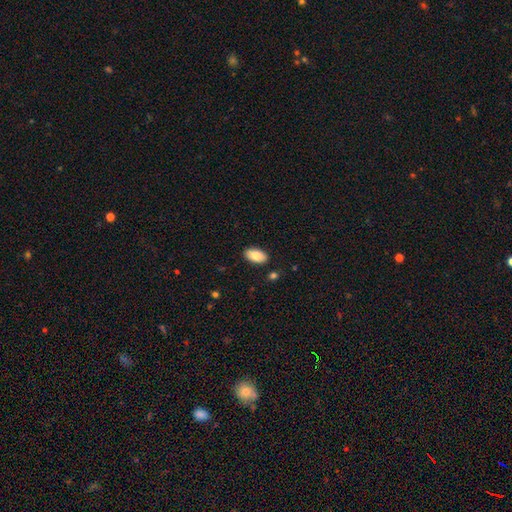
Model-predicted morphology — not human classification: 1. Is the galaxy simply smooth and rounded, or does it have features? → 87% smooth, 7% star or artifact, 6% featured or disk.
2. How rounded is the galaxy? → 94% in between, 3% round, 2% cigar-shaped.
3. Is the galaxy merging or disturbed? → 88% none, 9% minor disturbance, 2% major disturbance, 1% merger.